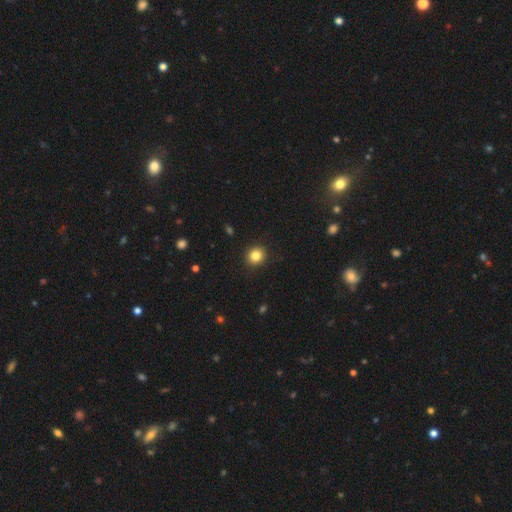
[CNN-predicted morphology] Overall: smooth (84%). How rounded: round (85%). Merging: none (91%).